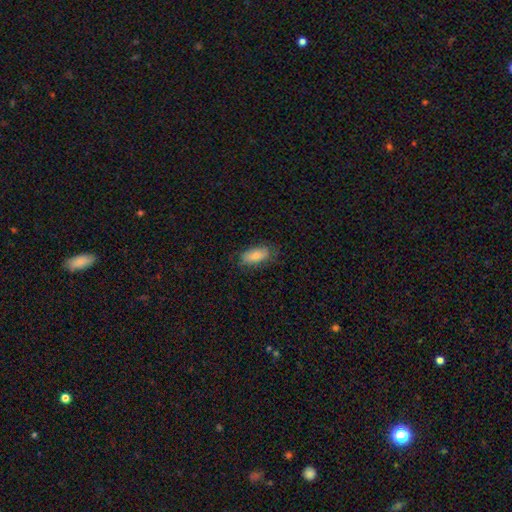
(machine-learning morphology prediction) smooth 77%, featured or disk 16%, star or artifact 7%. Down the decision tree: how rounded — in between (86%); merging — none (73%).